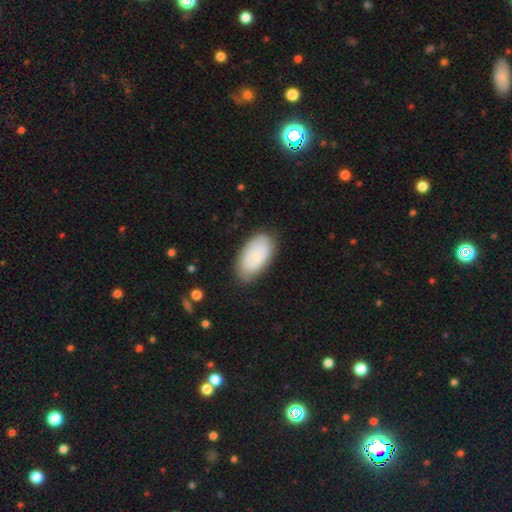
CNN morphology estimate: smooth 66%, featured or disk 28%, star or artifact 7%. Down the decision tree: how rounded — in between (94%); merging — none (79%).